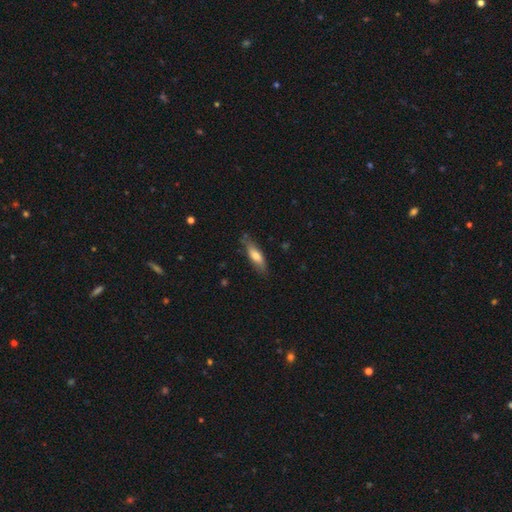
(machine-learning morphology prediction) smooth-or-featured: smooth: 68% | featured or disk: 26% | star or artifact: 6%
  how-rounded: cigar-shaped: 59% | in between: 39% | round: 2%
  merging: none: 77% | minor disturbance: 18% | major disturbance: 3% | merger: 2%